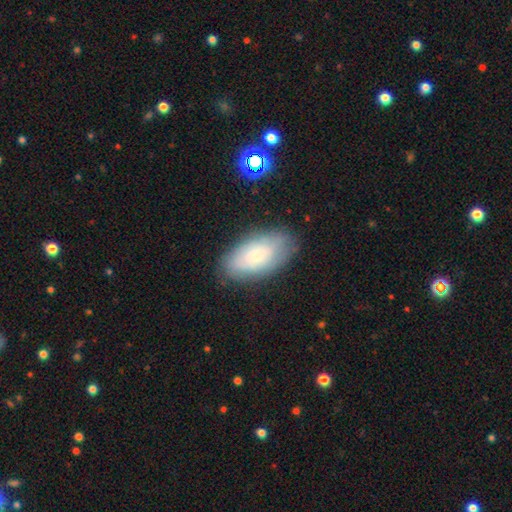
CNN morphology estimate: smooth 63%, featured or disk 29%, star or artifact 8%. Down the decision tree: how rounded — in between (94%); merging — none (78%).